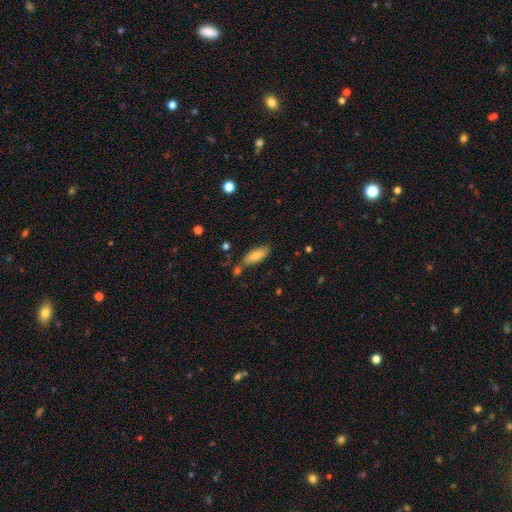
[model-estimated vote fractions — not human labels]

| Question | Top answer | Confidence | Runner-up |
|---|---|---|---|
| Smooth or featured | smooth | 78% | featured or disk (15%) |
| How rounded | in between | 70% | cigar-shaped (28%) |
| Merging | none | 69% | minor disturbance (16%) |